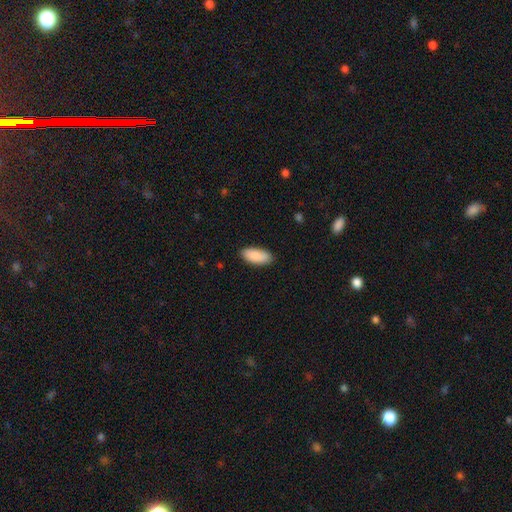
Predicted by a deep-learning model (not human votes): Smooth or featured?
  - smooth: 90% *
  - star or artifact: 6%
  - featured or disk: 4%
How rounded?
  - in between: 88% *
  - cigar-shaped: 10%
  - round: 2%
Merging?
  - none: 87% *
  - minor disturbance: 10%
  - major disturbance: 2%
  - merger: 1%